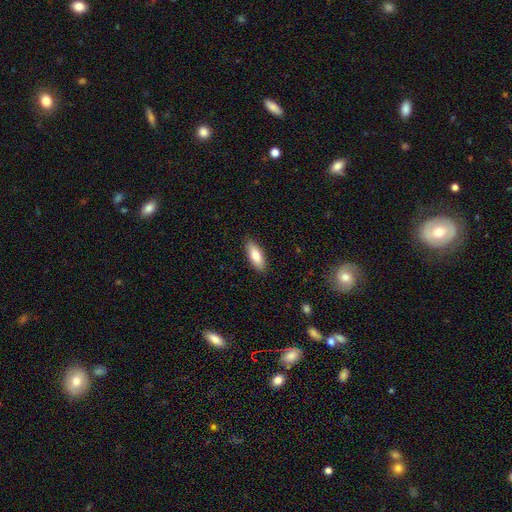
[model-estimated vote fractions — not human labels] smooth_or_featured: smooth (p=0.78) [alt: featured or disk p=0.16]
how_rounded: in between (p=0.73) [alt: cigar-shaped p=0.25]
merging: none (p=0.88) [alt: minor disturbance p=0.09]